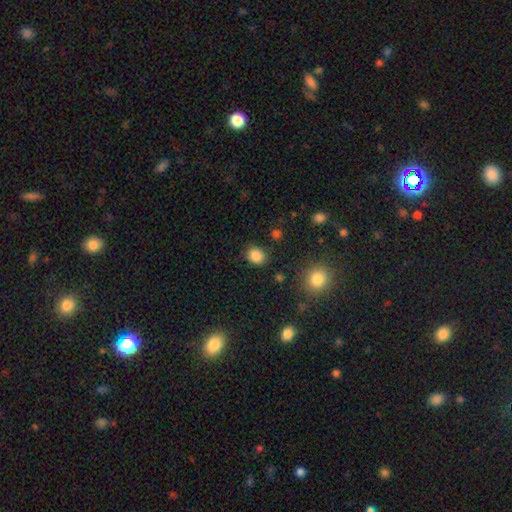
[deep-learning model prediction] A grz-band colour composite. It shows a smooth galaxy with no disk features (86%) that is round (61%). Merging: none (84%).